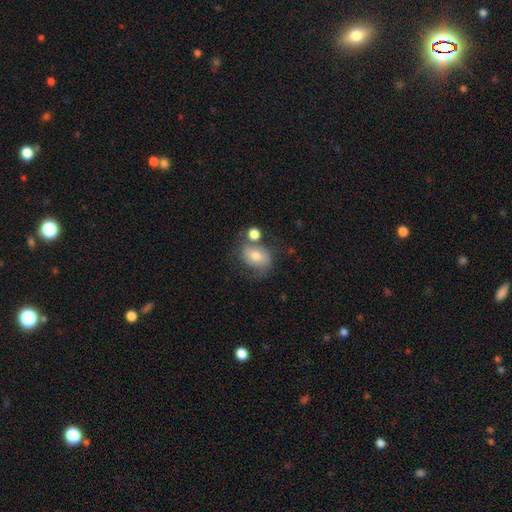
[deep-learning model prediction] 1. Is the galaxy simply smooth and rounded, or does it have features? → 61% smooth, 28% featured or disk, 11% star or artifact.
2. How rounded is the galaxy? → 58% in between, 41% round, 1% cigar-shaped.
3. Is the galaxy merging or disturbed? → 48% none, 22% merger, 19% minor disturbance, 10% major disturbance.